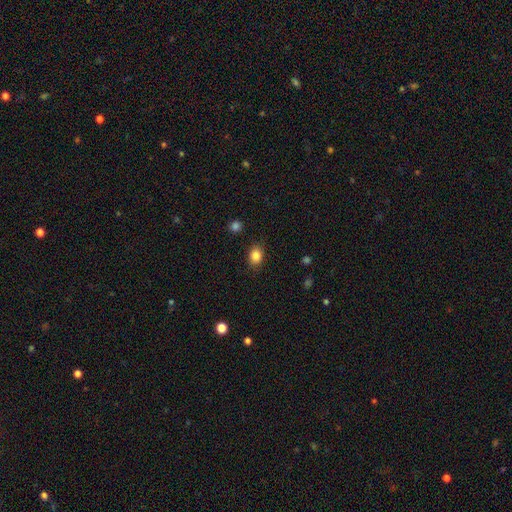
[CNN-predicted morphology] A smooth galaxy with no disk features (85%) that is in between round and cigar-shaped (60%). Merging: none (85%).